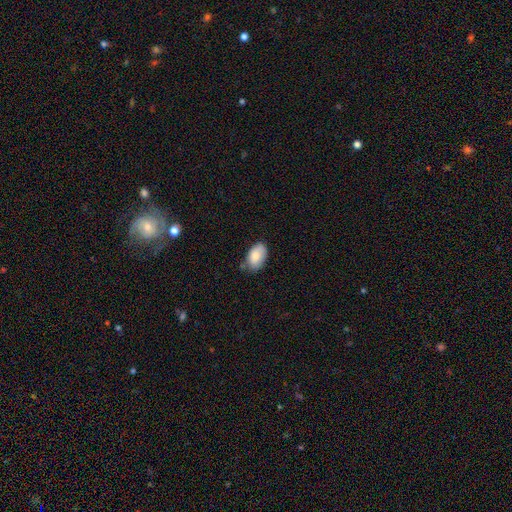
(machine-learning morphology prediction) This appears to be a smooth galaxy with no disk features (83%) that is in between round and cigar-shaped (92%). Merging: none (65%).